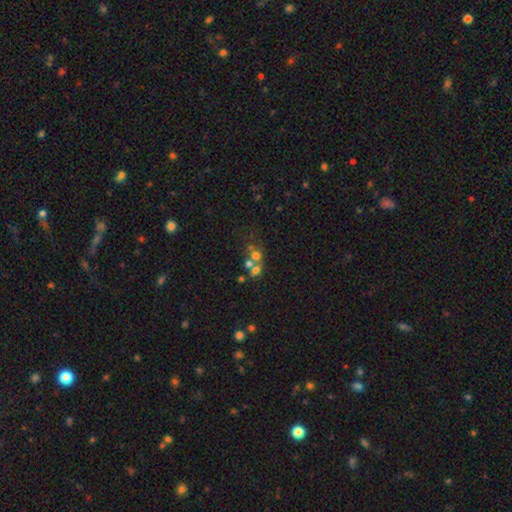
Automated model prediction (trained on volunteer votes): The model was most divided on "merging": merger: 53%, none: 34%, minor disturbance: 7%, major disturbance: 5%. More confident: how rounded — round (77%); smooth or featured — smooth (54%).